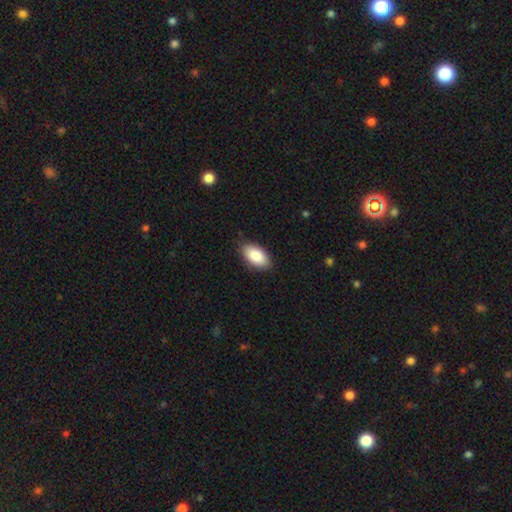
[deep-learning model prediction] This appears to be a smooth galaxy with no disk features (88%) that is in between round and cigar-shaped (95%). Merging: none (86%).